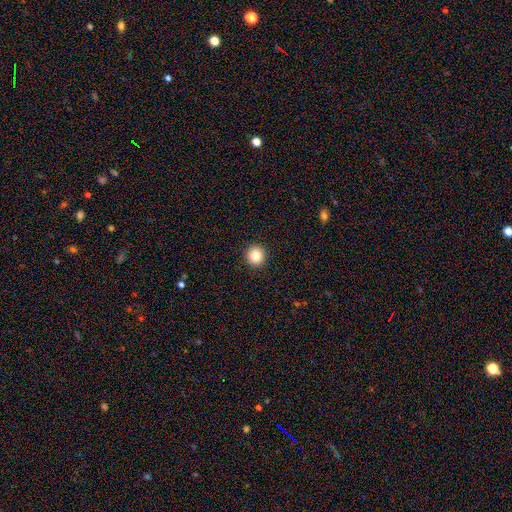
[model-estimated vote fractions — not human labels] smooth-or-featured: smooth: 84% | star or artifact: 10% | featured or disk: 6%
  how-rounded: round: 94% | in between: 5% | cigar-shaped: 1%
  merging: none: 93% | minor disturbance: 4% | major disturbance: 2% | merger: 1%